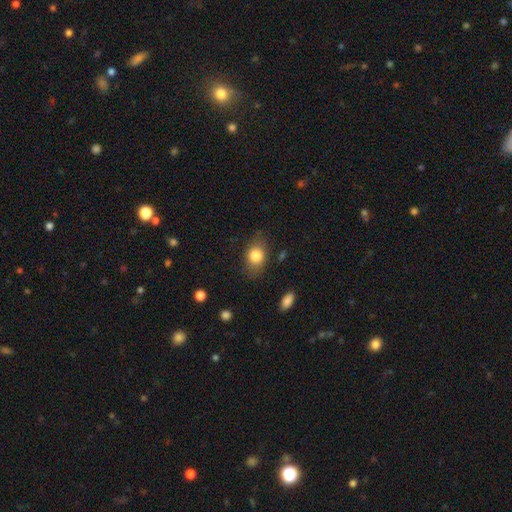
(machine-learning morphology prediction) type=smooth (82%); roundness=in between (67%); merging=none (76%).